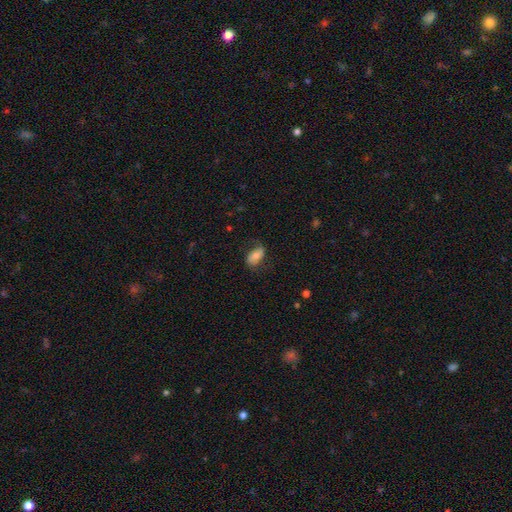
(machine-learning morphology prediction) Q: Smooth or featured?
A: smooth (60%); runner-up: featured or disk (32%)
Q: How rounded?
A: in between (90%); runner-up: round (7%)
Q: Merging?
A: none (66%); runner-up: minor disturbance (23%)